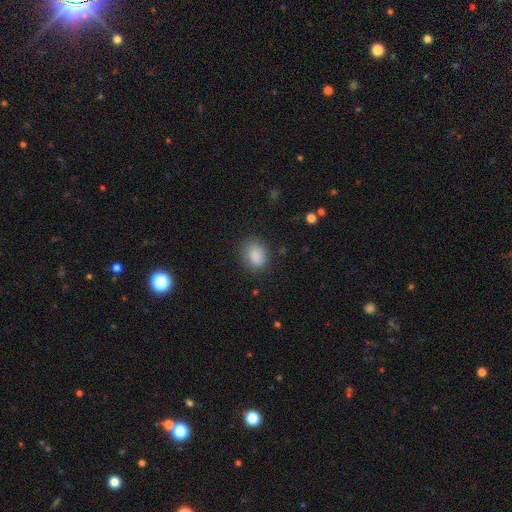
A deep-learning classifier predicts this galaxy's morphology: type=smooth (87%); roundness=round (54%); merging=none (81%).